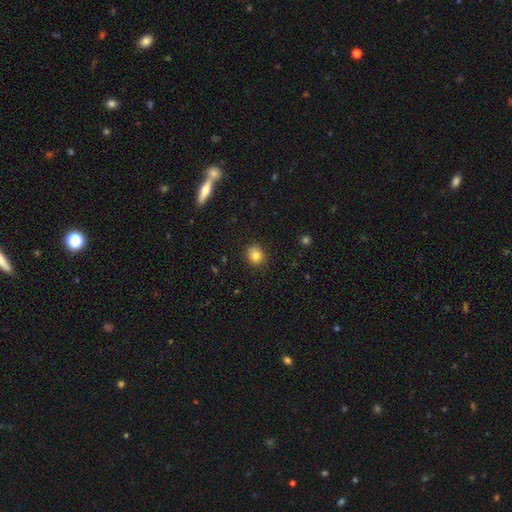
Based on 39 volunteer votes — A smooth galaxy with no disk features (85%) that is round (82%). Merging: none (95%).